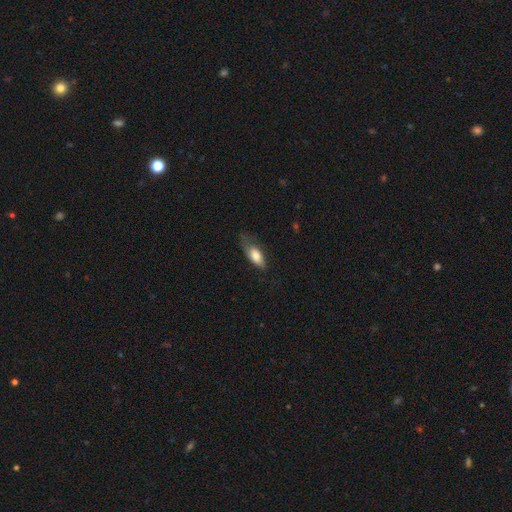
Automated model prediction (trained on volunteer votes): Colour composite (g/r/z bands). It shows a smooth galaxy with no disk features (77%) that is in between round and cigar-shaped (81%). Merging: none (45%).